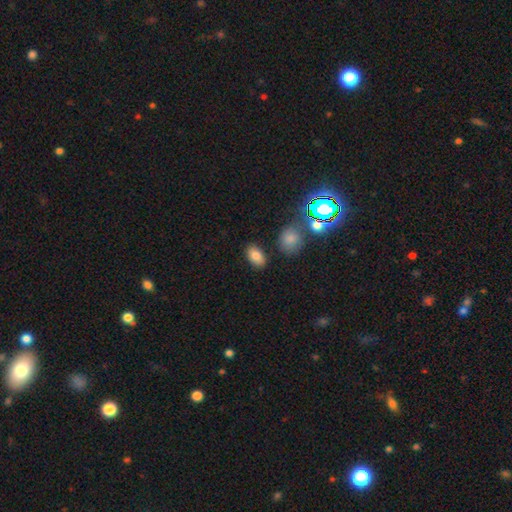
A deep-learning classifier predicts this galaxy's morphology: The model was most divided on "smooth or featured": smooth: 80%, star or artifact: 11%, featured or disk: 9%. More confident: how rounded — in between (88%); merging — none (83%).